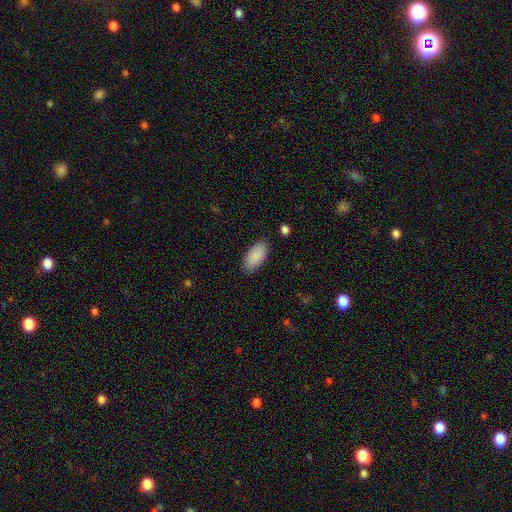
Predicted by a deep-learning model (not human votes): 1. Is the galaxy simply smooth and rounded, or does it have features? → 89% smooth, 6% star or artifact, 5% featured or disk.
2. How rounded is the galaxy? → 93% in between, 5% cigar-shaped, 2% round.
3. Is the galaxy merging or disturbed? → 85% none, 11% minor disturbance, 3% major disturbance, 1% merger.